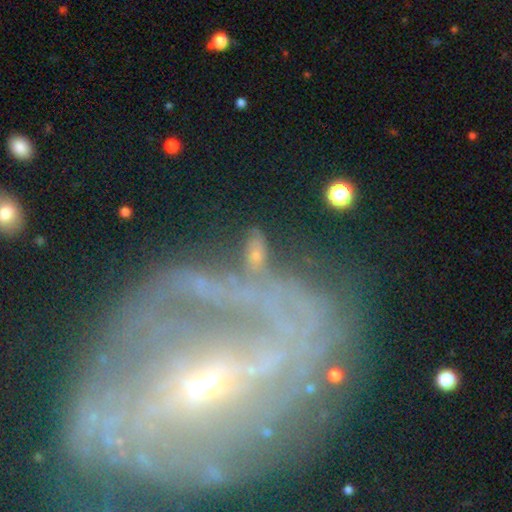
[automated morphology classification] Q: Smooth or featured?
A: featured or disk (34%); runner-up: star or artifact (33%)
Q: Merging?
A: none (57%); runner-up: minor disturbance (16%)